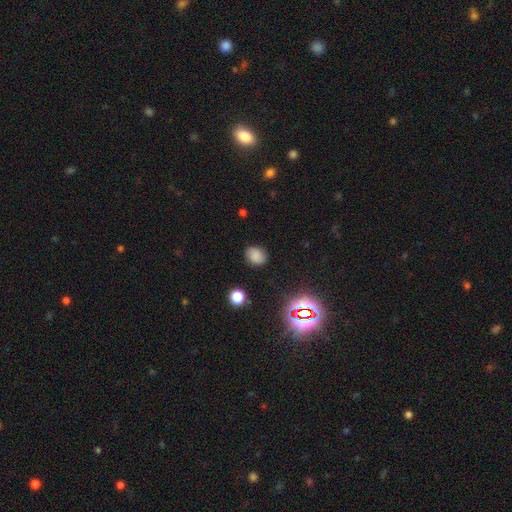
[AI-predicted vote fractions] Q: Smooth or featured?
A: smooth (75%); runner-up: star or artifact (16%)
Q: How rounded?
A: in between (51%); runner-up: round (48%)
Q: Merging?
A: none (82%); runner-up: minor disturbance (13%)